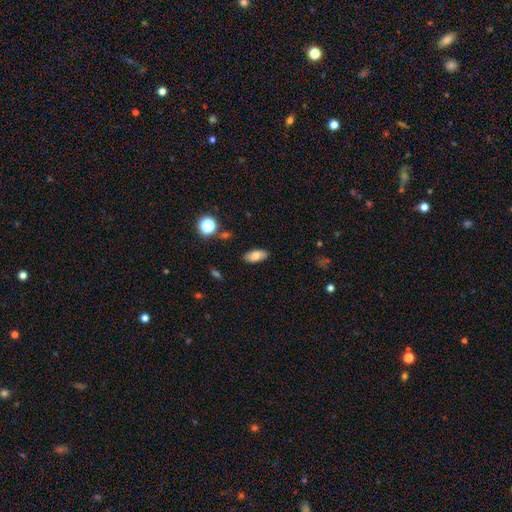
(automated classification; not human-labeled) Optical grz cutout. It shows a smooth galaxy with no disk features (76%) that is in between round and cigar-shaped (89%). Merging: none (87%).